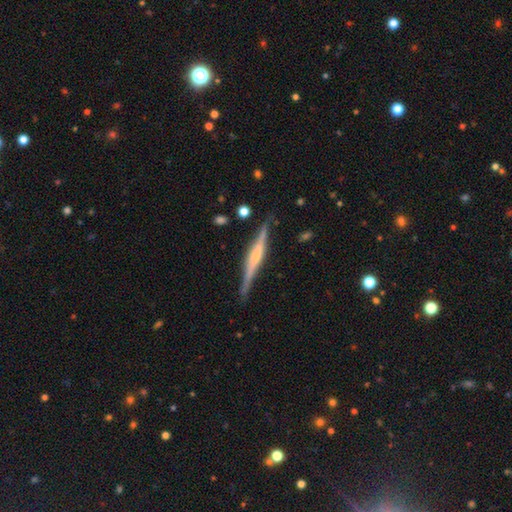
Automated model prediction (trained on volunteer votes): The model was most divided on "edge-on bulge": rounded: 62%, boxy: 20%, none: 19%. More confident: edge-on disk — yes (98%); merging — none (86%); smooth or featured — featured or disk (75%).